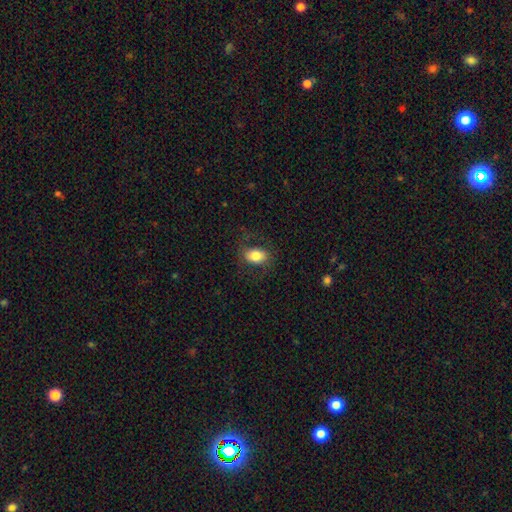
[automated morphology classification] Overall: smooth (78%). How rounded: in between (83%). Merging: none (75%).